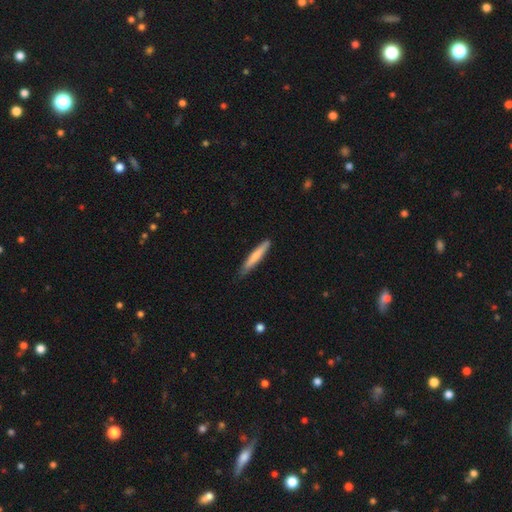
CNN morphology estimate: A smooth galaxy with no disk features (72%) that is cigar-shaped (93%). Merging: none (81%).